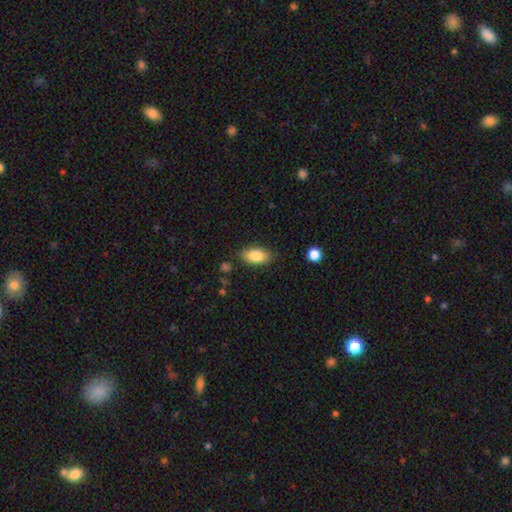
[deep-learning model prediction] Smooth or featured: smooth — 83% (featured or disk — 10%)
How rounded: in between — 91% (cigar-shaped — 5%)
Merging: none — 82% (minor disturbance — 13%)